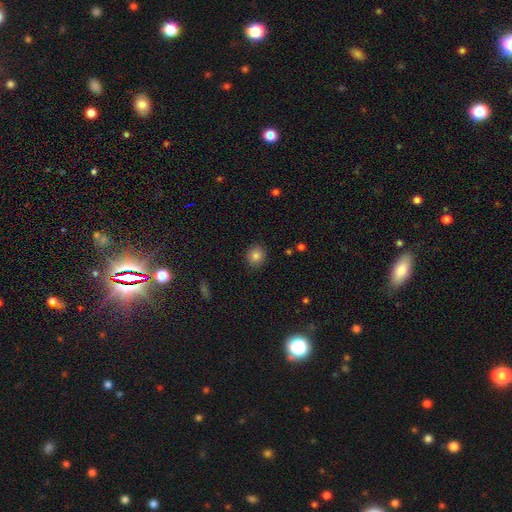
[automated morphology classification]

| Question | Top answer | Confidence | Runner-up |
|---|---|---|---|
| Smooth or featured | smooth | 82% | star or artifact (11%) |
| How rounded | round | 80% | in between (19%) |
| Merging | none | 90% | minor disturbance (7%) |